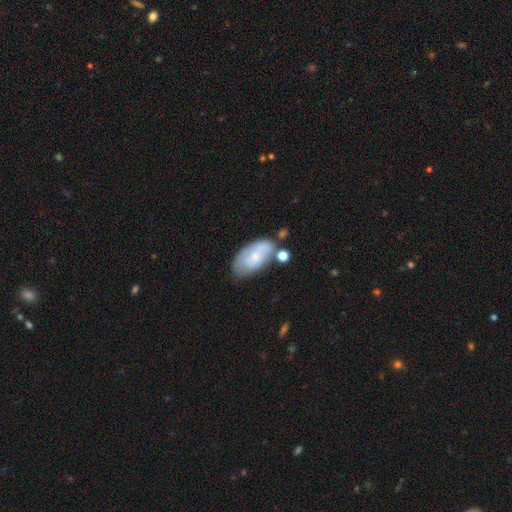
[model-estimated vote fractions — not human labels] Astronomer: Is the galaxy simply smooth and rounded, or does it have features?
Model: smooth — 55% (runner-up: featured or disk, 38%).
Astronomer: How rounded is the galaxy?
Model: in between — 93%.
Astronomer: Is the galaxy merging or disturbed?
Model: none — 48% (runner-up: minor disturbance, 27%).